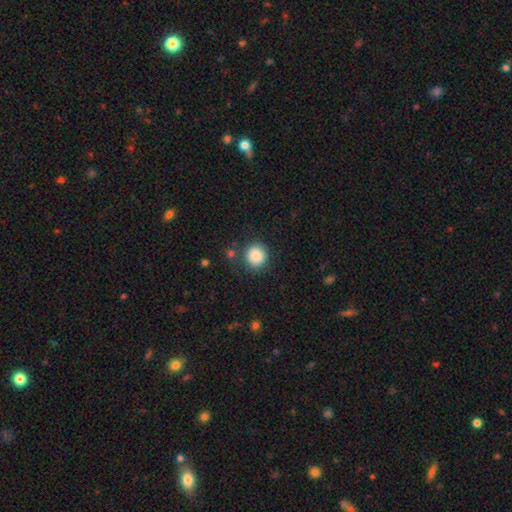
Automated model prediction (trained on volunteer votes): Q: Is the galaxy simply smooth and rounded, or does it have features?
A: smooth — 87%.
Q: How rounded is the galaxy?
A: round — 84%.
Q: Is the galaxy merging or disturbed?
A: none — 82%.